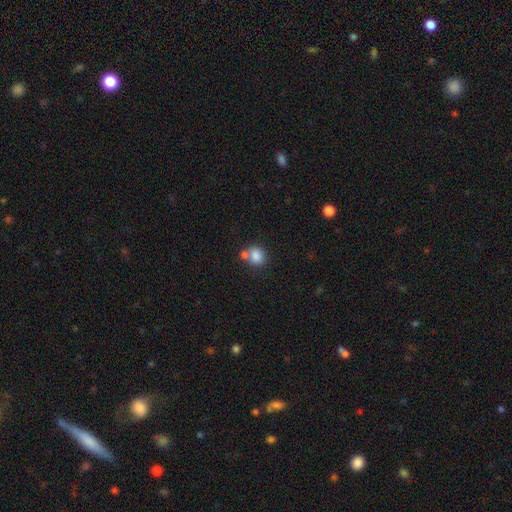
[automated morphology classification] Overall: smooth (83%). How rounded: round (74%). Merging: none (53%; merger 32%).